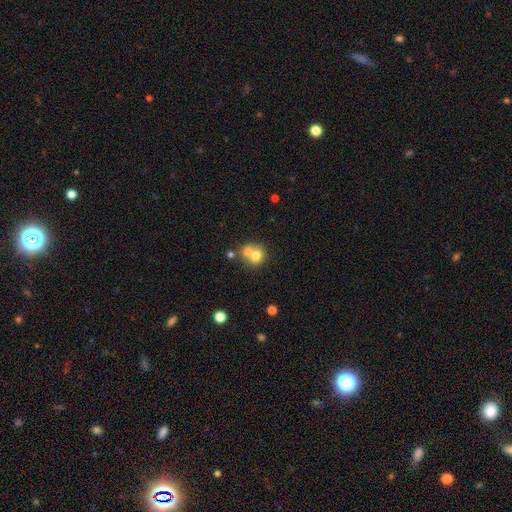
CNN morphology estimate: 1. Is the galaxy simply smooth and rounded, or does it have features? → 69% smooth, 20% featured or disk, 11% star or artifact.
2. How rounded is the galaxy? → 74% round, 25% in between, 1% cigar-shaped.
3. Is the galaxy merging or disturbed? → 58% merger, 33% none, 6% minor disturbance, 3% major disturbance.